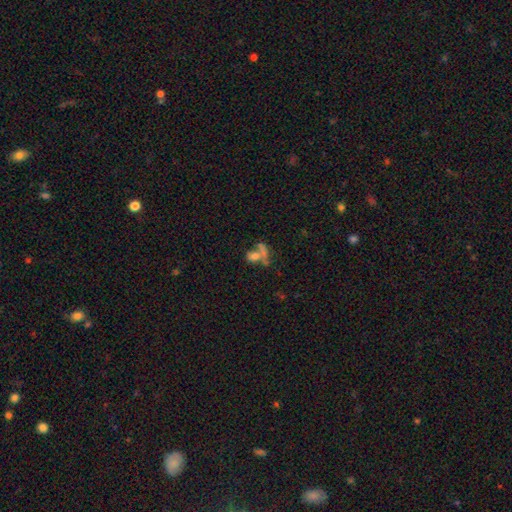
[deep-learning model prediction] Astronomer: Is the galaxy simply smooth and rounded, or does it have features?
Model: smooth — 51%.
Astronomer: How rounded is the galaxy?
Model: in between — 53% (runner-up: round, 37%).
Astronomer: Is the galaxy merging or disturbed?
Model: merger — 45% (runner-up: none, 31%).